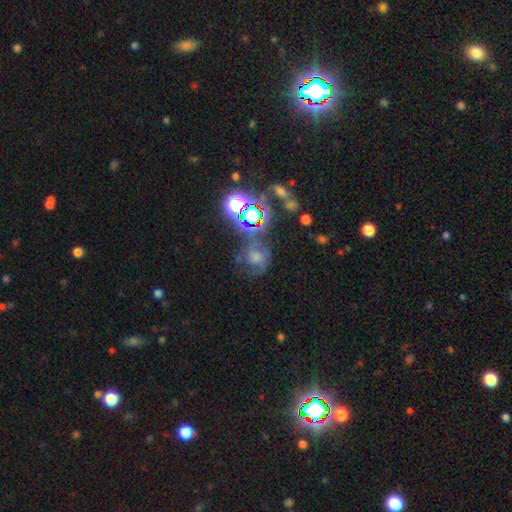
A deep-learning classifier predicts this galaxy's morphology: A smooth galaxy with no disk features (42%). Merging: none (45%).